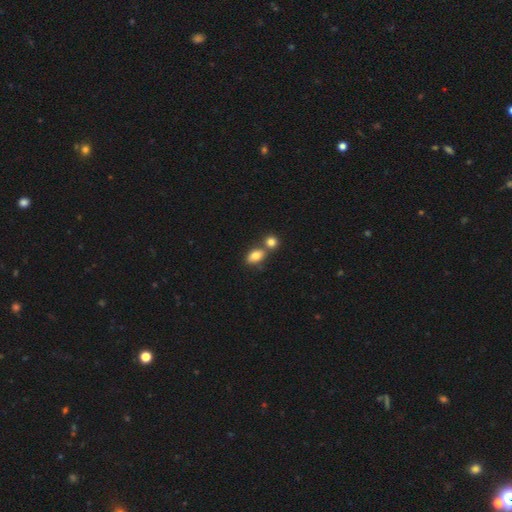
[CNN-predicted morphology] A smooth galaxy with no disk features (80%) that is in between round and cigar-shaped (81%). Merging: none (47%).